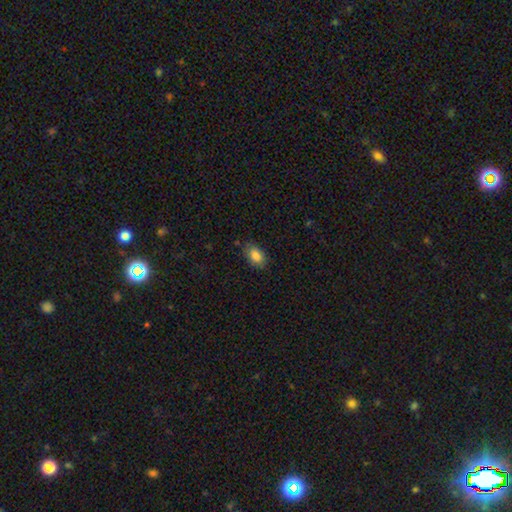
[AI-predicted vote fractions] A smooth galaxy with no disk features (85%) that is in between round and cigar-shaped (89%).

Vote fractions:
- Smooth or featured? smooth: 85% / star or artifact: 8% / featured or disk: 7%
- How rounded? in between: 89% / round: 10% / cigar-shaped: 2%
- Merging? none: 81% / minor disturbance: 14% / major disturbance: 3% / merger: 2%